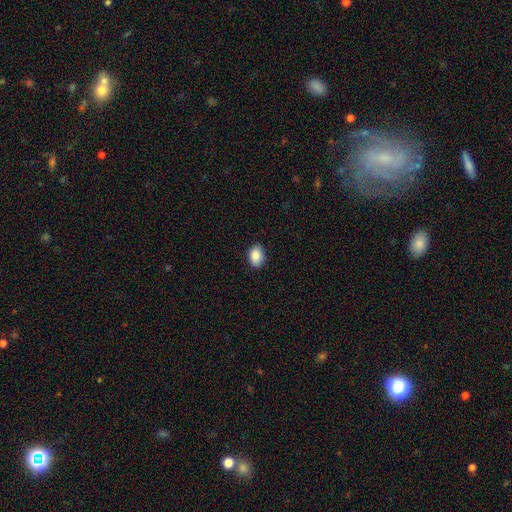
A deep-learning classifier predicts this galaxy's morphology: This is clearly a smooth galaxy (88%). How rounded: likely in between (76%). Merging: clearly none (87%).